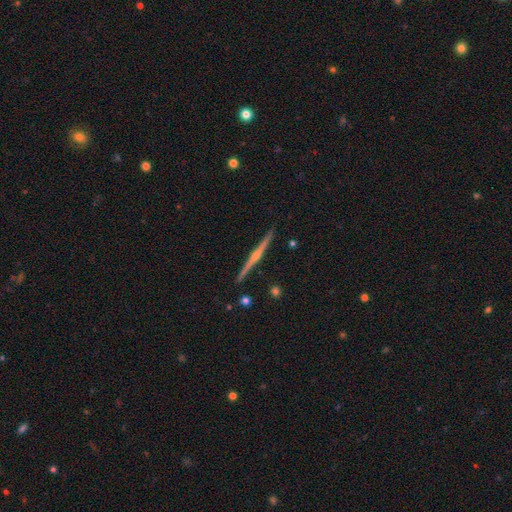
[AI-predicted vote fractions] Q: Smooth or featured?
A: featured or disk (74%); runner-up: smooth (17%)
Q: Edge-on disk?
A: yes (97%); runner-up: no (3%)
Q: Edge-on bulge?
A: rounded (68%); runner-up: none (22%)
Q: Merging?
A: none (86%); runner-up: minor disturbance (9%)